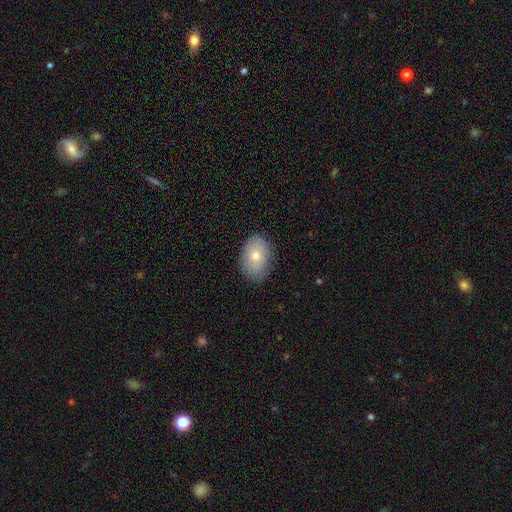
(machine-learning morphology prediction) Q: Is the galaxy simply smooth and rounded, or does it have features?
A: smooth — 72%.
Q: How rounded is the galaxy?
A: in between — 85%.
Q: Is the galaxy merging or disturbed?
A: none — 82%.